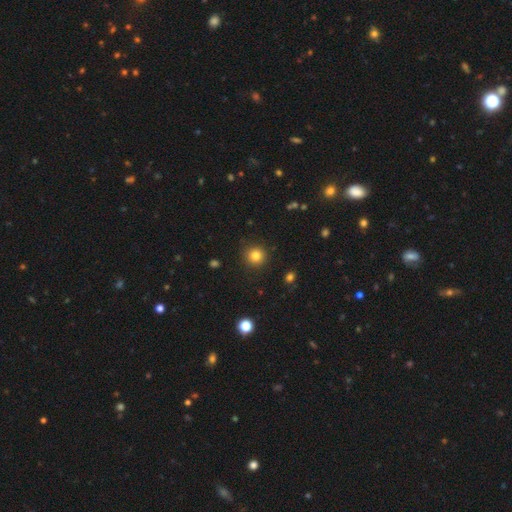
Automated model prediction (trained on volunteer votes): This appears to be a smooth galaxy with no disk features (82%) that is round (94%). Merging: none (91%).